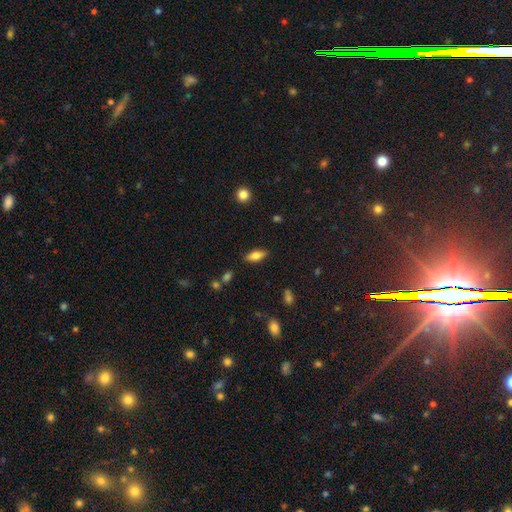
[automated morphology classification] smooth 74%, featured or disk 18%, star or artifact 8%. Down the decision tree: how rounded — in between (77%); merging — none (85%).